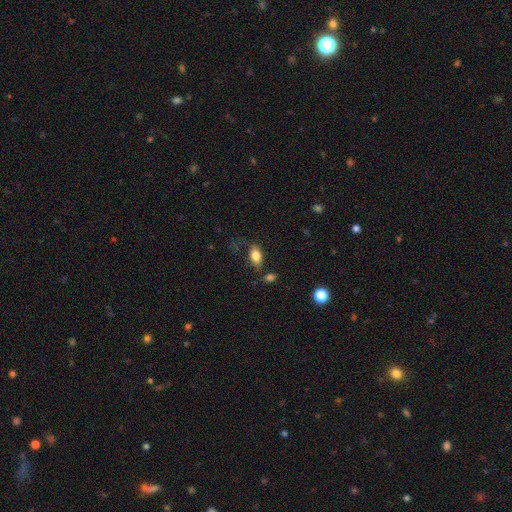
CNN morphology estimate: This is clearly a smooth galaxy (81%). How rounded: clearly in between (90%). Merging: likely none (67%).